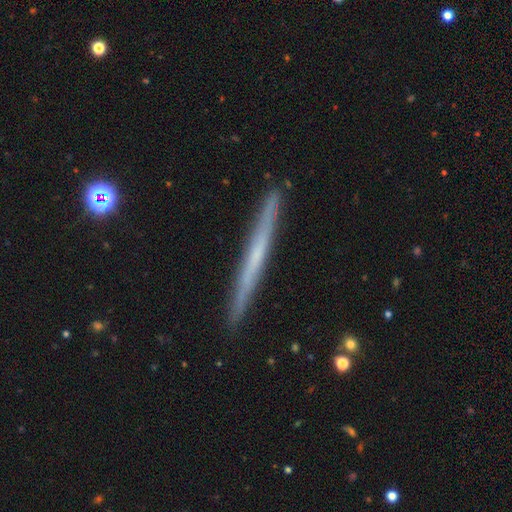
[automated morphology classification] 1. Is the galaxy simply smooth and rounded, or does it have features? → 58% featured or disk, 36% smooth, 6% star or artifact.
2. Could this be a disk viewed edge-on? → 97% yes, 3% no.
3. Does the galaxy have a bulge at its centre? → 85% none, 12% rounded, 3% boxy.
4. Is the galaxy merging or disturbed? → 92% none, 6% minor disturbance, 1% major disturbance, 1% merger.